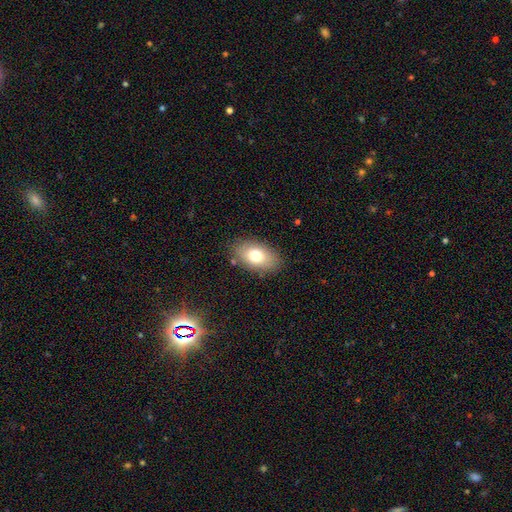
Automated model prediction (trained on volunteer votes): Smooth or featured: smooth — 74% (featured or disk — 18%)
How rounded: in between — 90% (round — 8%)
Merging: none — 84% (minor disturbance — 11%)